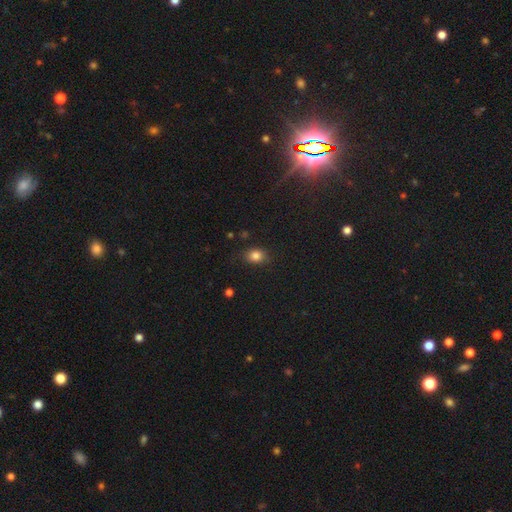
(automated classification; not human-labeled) Morphology: type=smooth (83%); roundness=in between (57%); merging=none (80%).